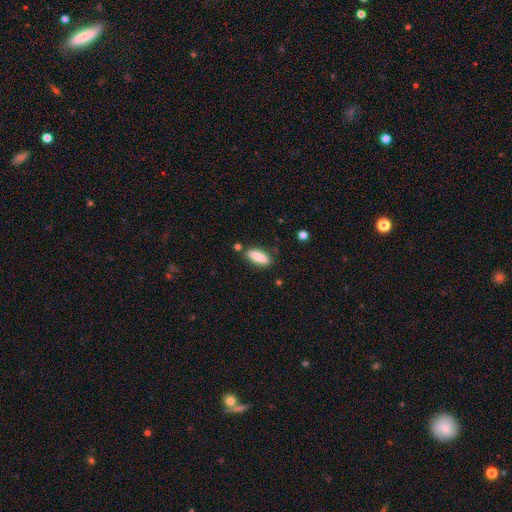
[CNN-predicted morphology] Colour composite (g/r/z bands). It shows a smooth galaxy with no disk features (87%) that is in between round and cigar-shaped (66%). Merging: none (80%).